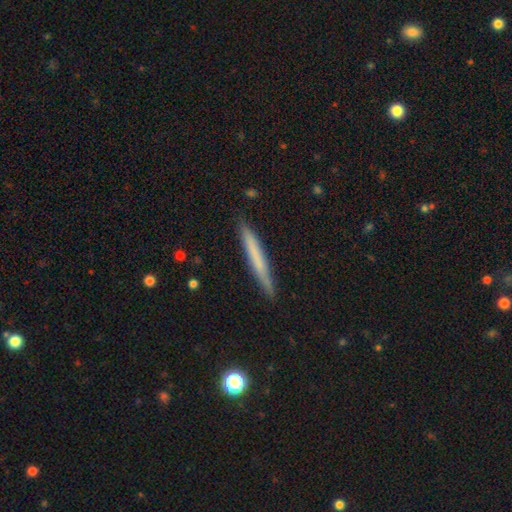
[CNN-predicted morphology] This is likely a smooth galaxy (63%). How rounded: clearly cigar-shaped (96%). Merging: clearly none (90%).